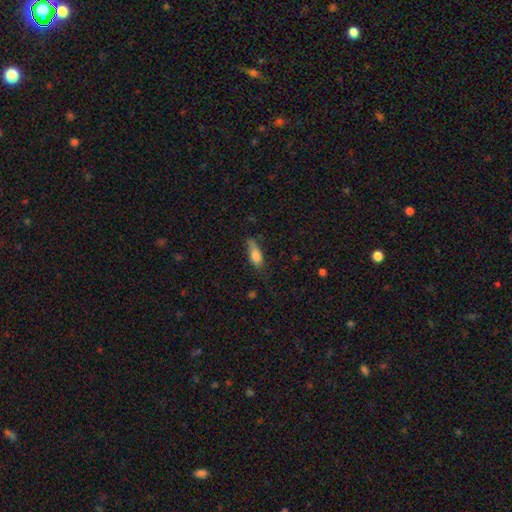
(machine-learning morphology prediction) A smooth galaxy with no disk features (76%) that is in between round and cigar-shaped (69%).

Vote fractions:
- Smooth or featured? smooth: 76% / featured or disk: 16% / star or artifact: 8%
- How rounded? in between: 69% / cigar-shaped: 28% / round: 4%
- Merging? none: 49% / minor disturbance: 33% / major disturbance: 14% / merger: 3%